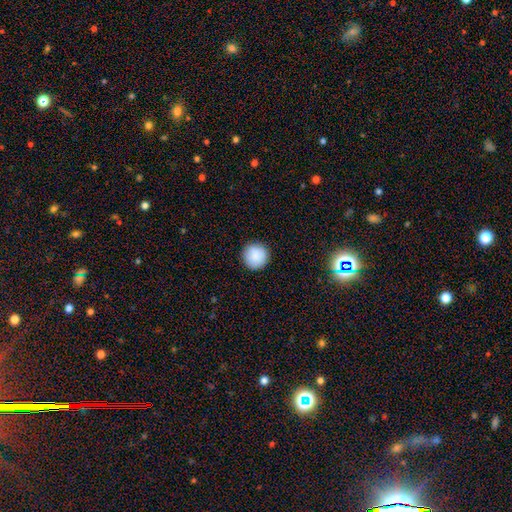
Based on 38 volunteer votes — Smooth or featured?
  - smooth: 92% *
  - star or artifact: 5%
  - featured or disk: 3%
How rounded?
  - round: 97% *
  - in between: 3%
  - cigar-shaped: 0%
Merging?
  - none: 94% *
  - minor disturbance: 6%
  - major disturbance: 0%
  - merger: 0%